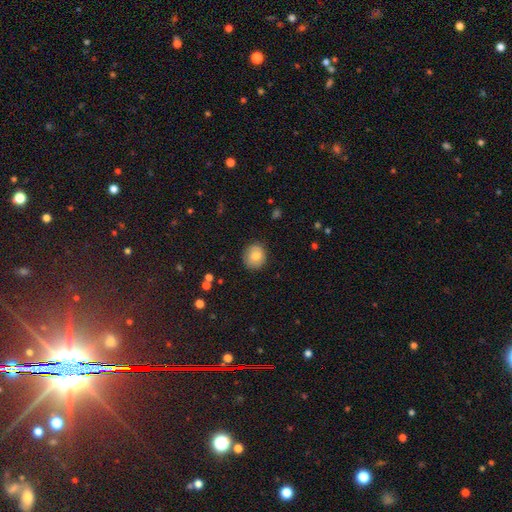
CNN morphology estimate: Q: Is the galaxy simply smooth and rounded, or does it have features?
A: smooth — 81%.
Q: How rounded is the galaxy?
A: round — 79%.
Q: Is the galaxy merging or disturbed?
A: none — 85%.